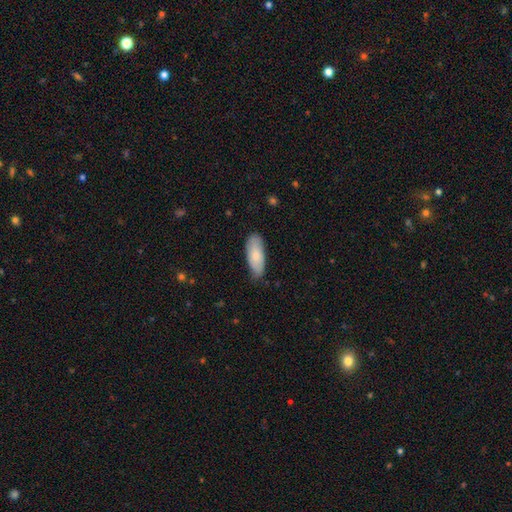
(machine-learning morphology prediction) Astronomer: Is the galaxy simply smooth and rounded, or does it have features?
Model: smooth — 80%.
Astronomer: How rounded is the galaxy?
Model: in between — 79%.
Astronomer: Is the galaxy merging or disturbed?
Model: none — 77%.